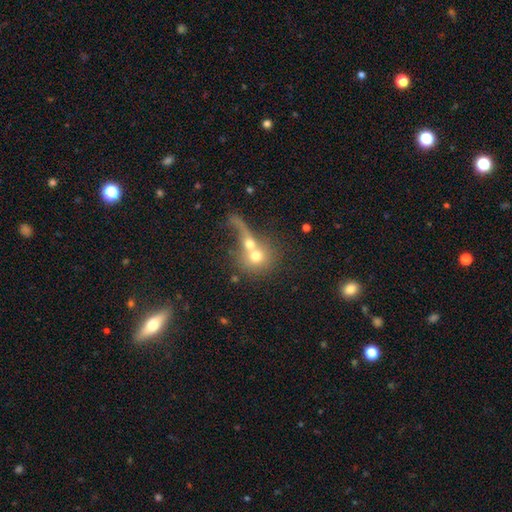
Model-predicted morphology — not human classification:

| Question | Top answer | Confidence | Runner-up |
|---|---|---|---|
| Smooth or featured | smooth | 60% | featured or disk (29%) |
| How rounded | round | 78% | in between (19%) |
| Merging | merger | 69% | none (17%) |